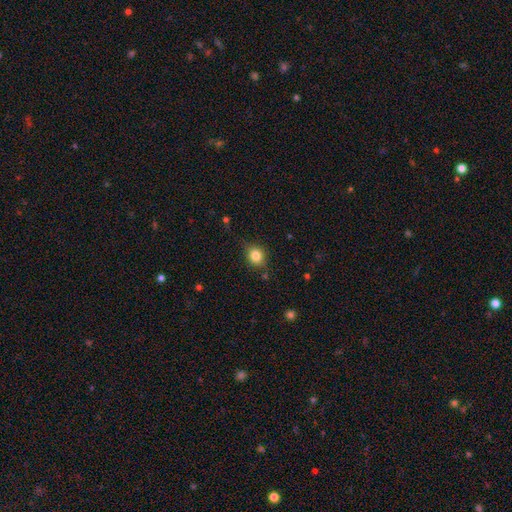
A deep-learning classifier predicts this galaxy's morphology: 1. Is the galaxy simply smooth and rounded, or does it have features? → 82% smooth, 10% star or artifact, 7% featured or disk.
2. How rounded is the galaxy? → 65% round, 33% in between, 1% cigar-shaped.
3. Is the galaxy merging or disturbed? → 77% none, 17% minor disturbance, 4% major disturbance, 2% merger.